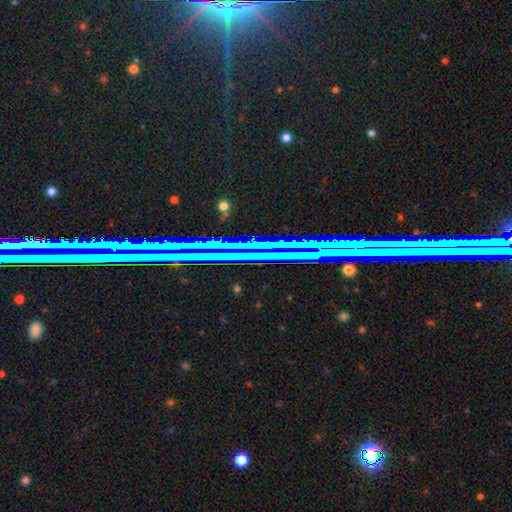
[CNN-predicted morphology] Smooth or featured: star or artifact — 80% (featured or disk — 11%)